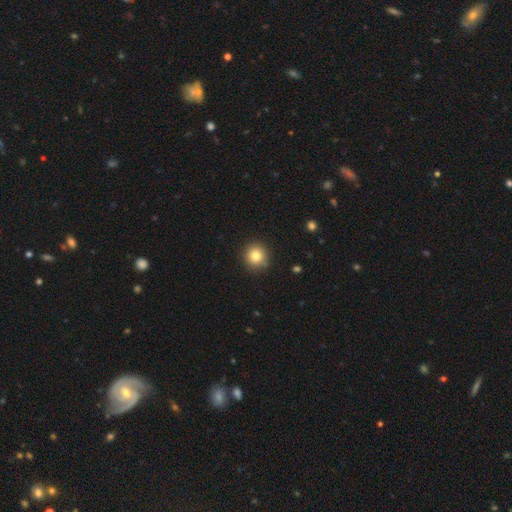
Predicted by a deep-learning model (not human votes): This is clearly a smooth galaxy (82%). How rounded: clearly round (93%). Merging: clearly none (90%).